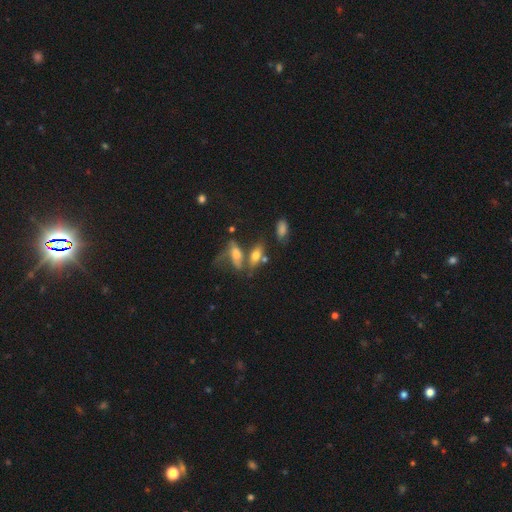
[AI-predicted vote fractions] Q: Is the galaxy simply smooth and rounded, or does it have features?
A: smooth — 59%.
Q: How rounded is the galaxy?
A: in between — 74%.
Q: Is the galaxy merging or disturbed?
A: merger — 39%.